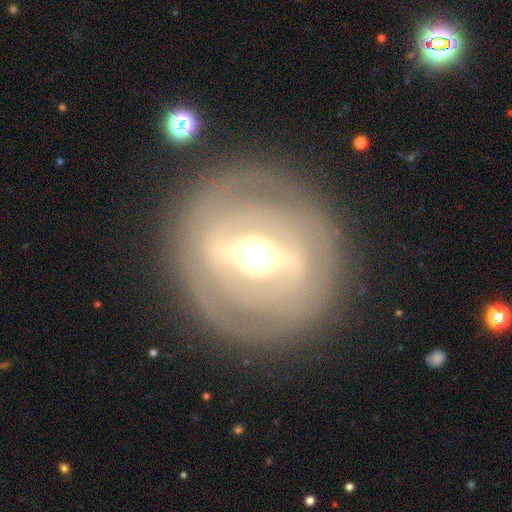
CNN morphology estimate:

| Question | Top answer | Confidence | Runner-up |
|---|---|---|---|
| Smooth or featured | featured or disk | 79% | smooth (14%) |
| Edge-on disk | no | 85% | yes (15%) |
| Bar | strong | 73% | weak (18%) |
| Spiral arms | no | 58% | yes (42%) |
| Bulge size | moderate | 64% | large (25%) |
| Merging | none | 84% | minor disturbance (9%) |